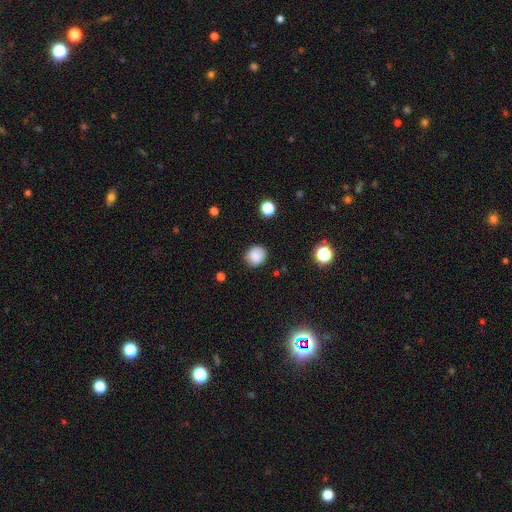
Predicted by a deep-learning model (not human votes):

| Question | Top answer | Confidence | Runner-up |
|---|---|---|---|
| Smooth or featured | smooth | 85% | star or artifact (10%) |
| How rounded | round | 79% | in between (21%) |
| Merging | none | 82% | minor disturbance (13%) |